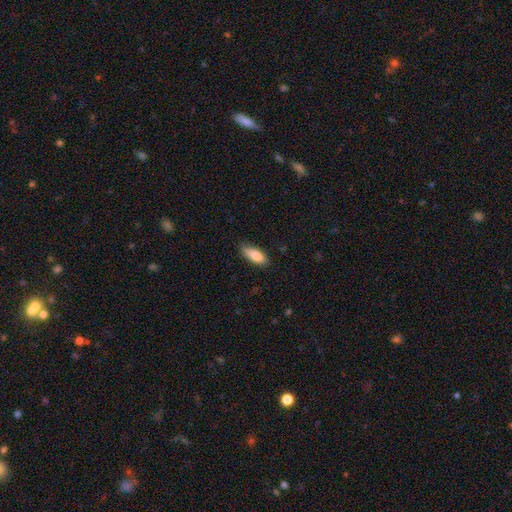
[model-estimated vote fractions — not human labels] smooth_or_featured: smooth (p=0.83) [alt: featured or disk p=0.10]
how_rounded: in between (p=0.72) [alt: cigar-shaped p=0.26]
merging: none (p=0.77) [alt: minor disturbance p=0.19]